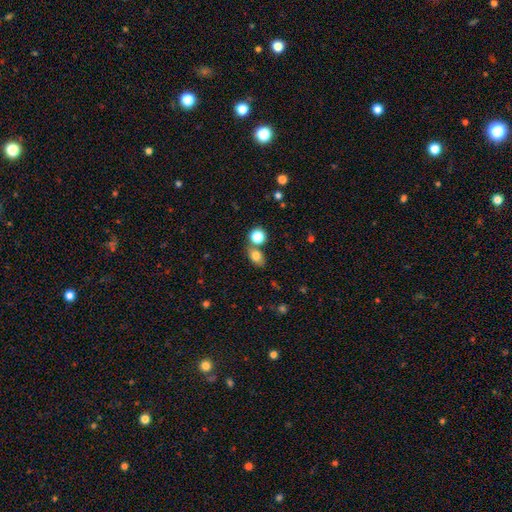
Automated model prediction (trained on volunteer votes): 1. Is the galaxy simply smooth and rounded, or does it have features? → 79% smooth, 13% star or artifact, 9% featured or disk.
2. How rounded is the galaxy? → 64% in between, 34% round, 2% cigar-shaped.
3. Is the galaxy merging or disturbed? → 60% none, 24% merger, 12% minor disturbance, 4% major disturbance.